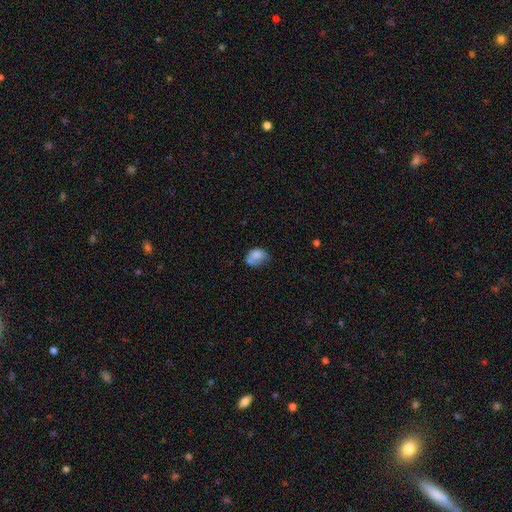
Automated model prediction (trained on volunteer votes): Smooth or featured?
  - smooth: 73% *
  - featured or disk: 17%
  - star or artifact: 9%
How rounded?
  - in between: 66% *
  - round: 33%
  - cigar-shaped: 1%
Merging?
  - none: 33% *
  - minor disturbance: 28%
  - merger: 23%
  - major disturbance: 16%